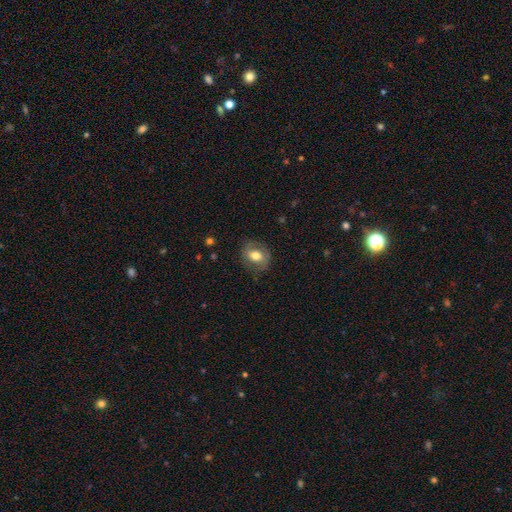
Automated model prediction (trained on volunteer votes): Q: Smooth or featured?
A: smooth (62%); runner-up: featured or disk (30%)
Q: How rounded?
A: round (54%); runner-up: in between (45%)
Q: Merging?
A: none (78%); runner-up: minor disturbance (15%)